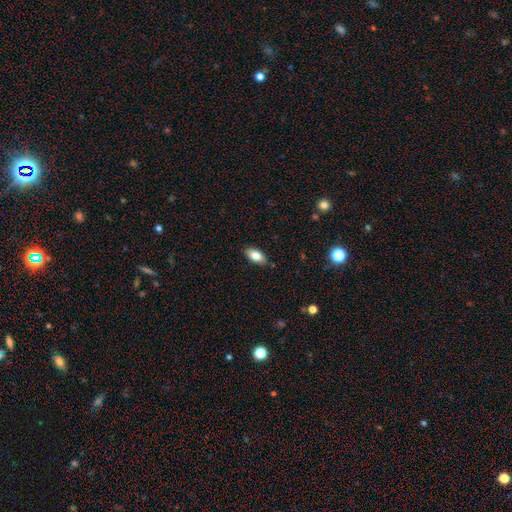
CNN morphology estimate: Smooth or featured? Predicted: smooth (p=0.81). How rounded? Predicted: in between (p=0.91). Merging? Predicted: none (p=0.85).